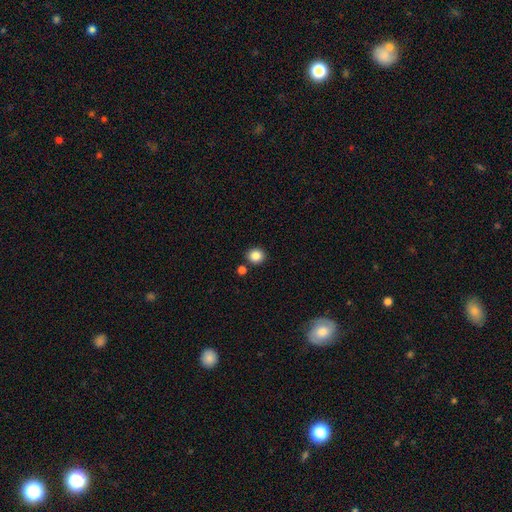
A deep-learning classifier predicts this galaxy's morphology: Smooth or featured? smooth (85%)
How rounded? round (86%)
Merging? none (85%)